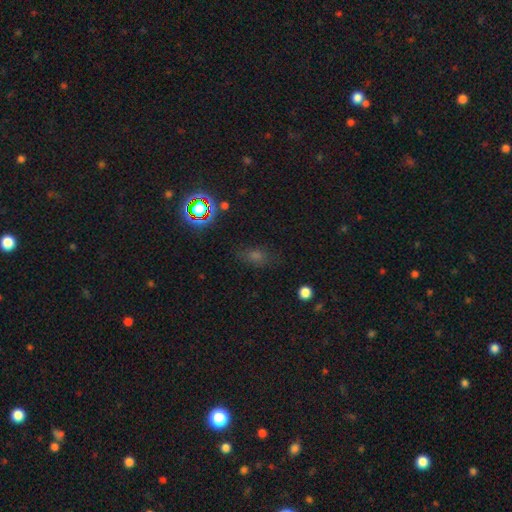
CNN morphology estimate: This is possibly a smooth galaxy (49%). Merging: likely none (78%).